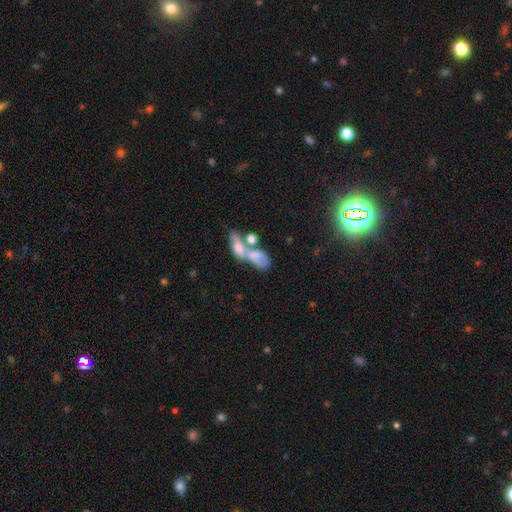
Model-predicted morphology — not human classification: Q: Smooth or featured?
A: smooth (57%); runner-up: featured or disk (32%)
Q: How rounded?
A: in between (82%); runner-up: cigar-shaped (10%)
Q: Merging?
A: merger (66%); runner-up: none (14%)